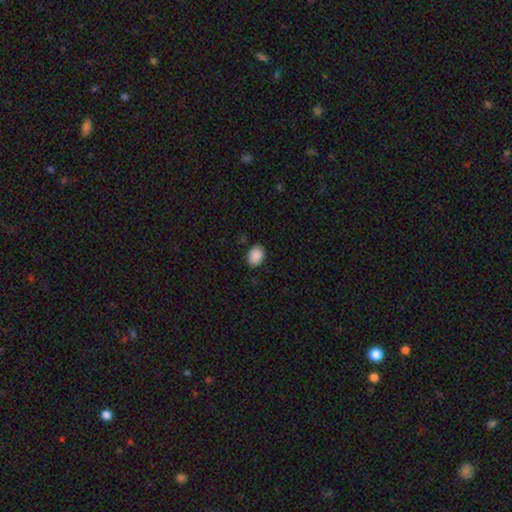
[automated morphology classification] smooth-or-featured: smooth: 90% | star or artifact: 7% | featured or disk: 3%
  how-rounded: in between: 75% | round: 24% | cigar-shaped: 1%
  merging: none: 86% | minor disturbance: 10% | major disturbance: 2% | merger: 1%